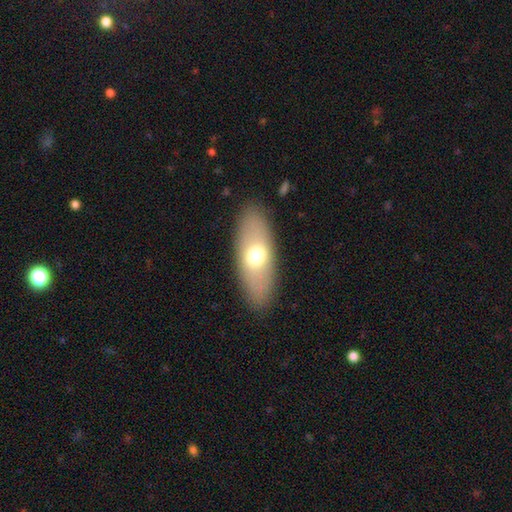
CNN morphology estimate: Smooth or featured? smooth (64%)
How rounded? in between (78%)
Merging? none (87%)